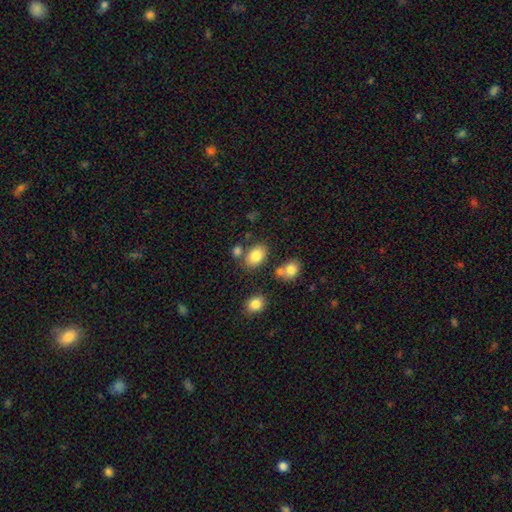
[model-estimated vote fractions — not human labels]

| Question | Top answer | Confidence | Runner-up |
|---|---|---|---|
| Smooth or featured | smooth | 83% | star or artifact (9%) |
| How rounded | in between | 84% | round (15%) |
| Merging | none | 70% | merger (13%) |